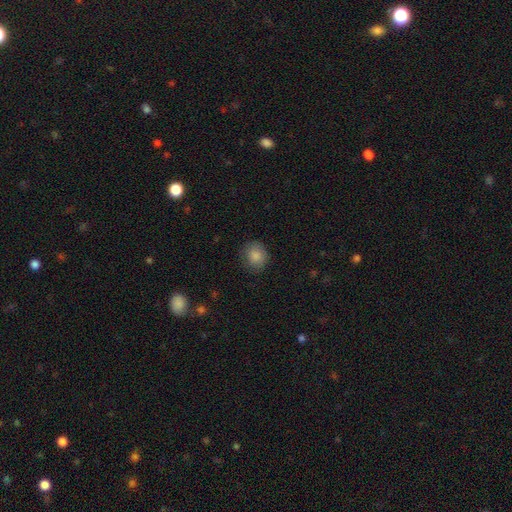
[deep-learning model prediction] Morphology: type=smooth (85%); roundness=round (77%); merging=none (80%).